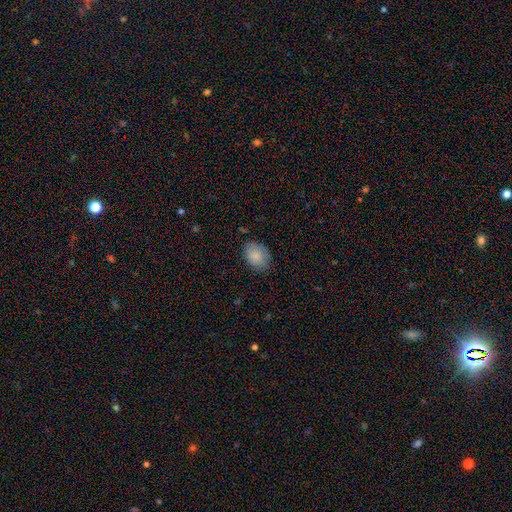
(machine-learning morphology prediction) smooth_or_featured: smooth (p=0.85) [alt: featured or disk p=0.08]
how_rounded: in between (p=0.79) [alt: round p=0.20]
merging: none (p=0.76) [alt: minor disturbance p=0.19]